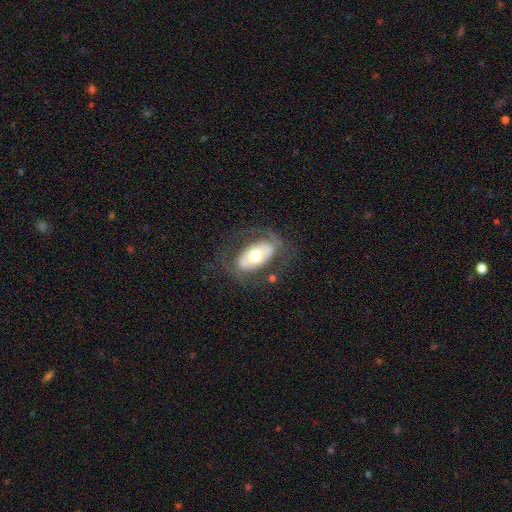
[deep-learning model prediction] smooth-or-featured: featured or disk: 55% | smooth: 38% | star or artifact: 6%
  disk-edge-on: no: 90% | yes: 10%
  merging: none: 65% | minor disturbance: 17% | major disturbance: 15% | merger: 3%